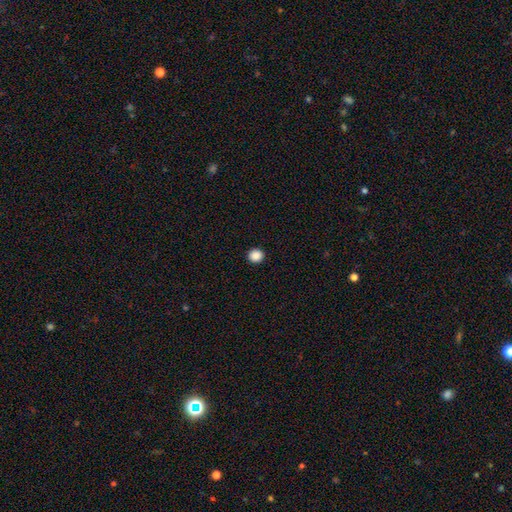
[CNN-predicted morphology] The model was most divided on "smooth or featured": smooth: 88%, star or artifact: 10%, featured or disk: 2%. More confident: merging — none (93%); how rounded — round (93%).